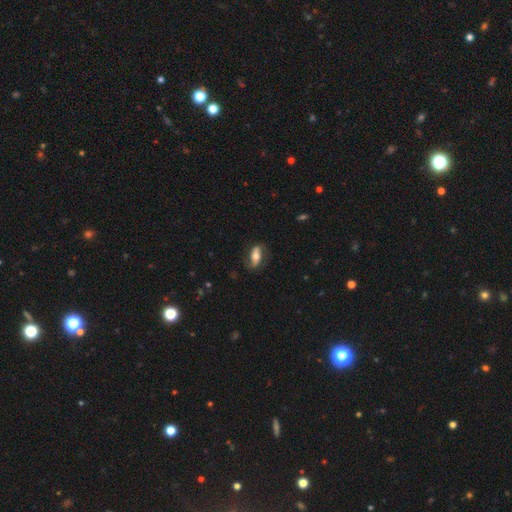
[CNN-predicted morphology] Smooth or featured?
  - smooth: 48% *
  - featured or disk: 45%
  - star or artifact: 7%
Merging?
  - none: 73% *
  - minor disturbance: 19%
  - major disturbance: 7%
  - merger: 1%